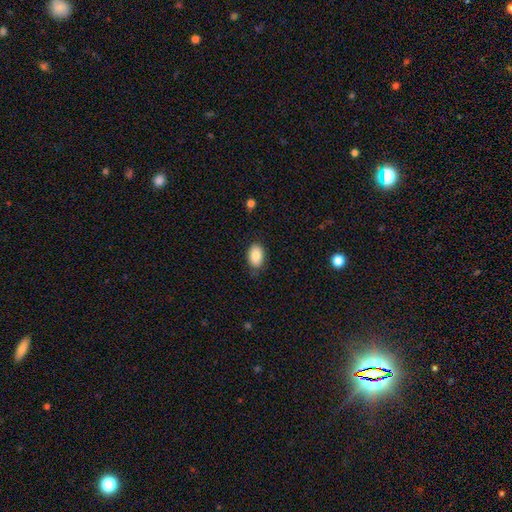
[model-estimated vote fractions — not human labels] smooth_or_featured: smooth (p=0.85) [alt: featured or disk p=0.08]
how_rounded: in between (p=0.90) [alt: round p=0.08]
merging: none (p=0.79) [alt: minor disturbance p=0.16]